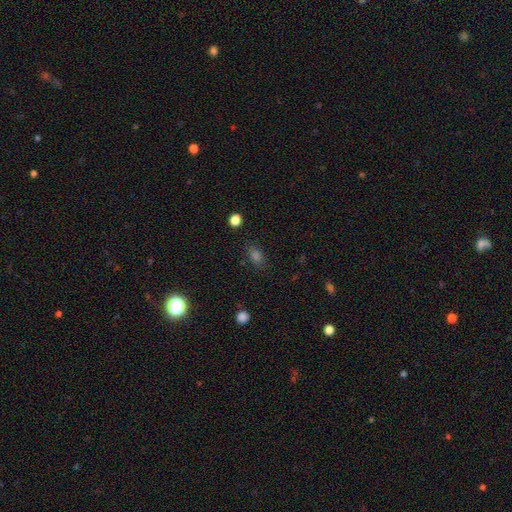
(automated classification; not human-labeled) smooth_or_featured: smooth (p=0.71) [alt: star or artifact p=0.23]
how_rounded: in between (p=0.76) [alt: round p=0.21]
merging: none (p=0.83) [alt: minor disturbance p=0.12]